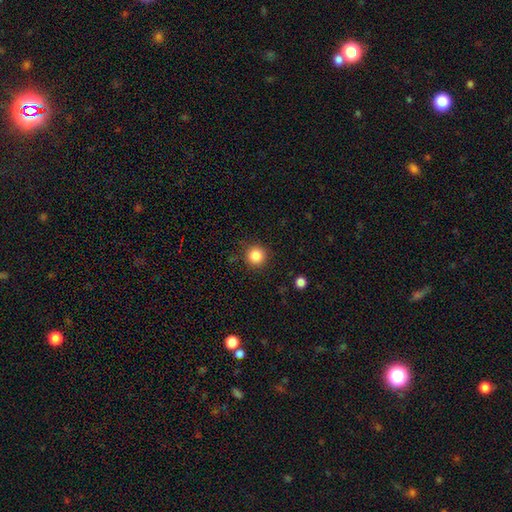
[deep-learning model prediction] This is clearly a smooth galaxy (85%). How rounded: clearly round (95%). Merging: clearly none (89%).